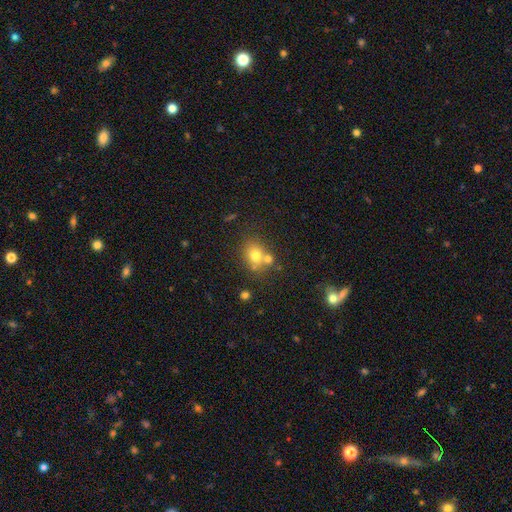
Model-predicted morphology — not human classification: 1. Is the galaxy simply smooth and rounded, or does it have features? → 73% smooth, 14% featured or disk, 13% star or artifact.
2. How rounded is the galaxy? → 56% round, 43% in between, 1% cigar-shaped.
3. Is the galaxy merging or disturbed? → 54% none, 29% merger, 12% minor disturbance, 4% major disturbance.